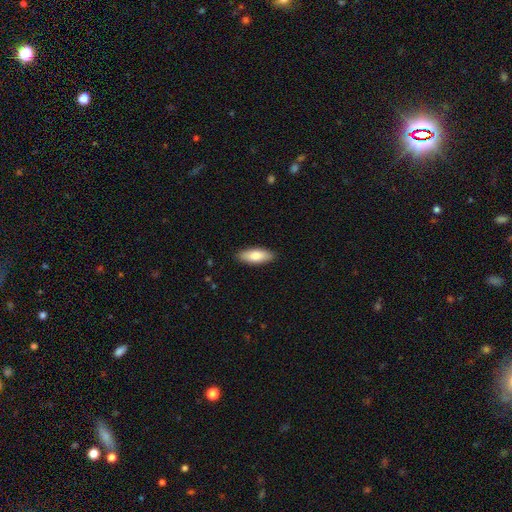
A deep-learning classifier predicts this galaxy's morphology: Overall: smooth (82%). How rounded: in between (76%). Merging: none (89%).